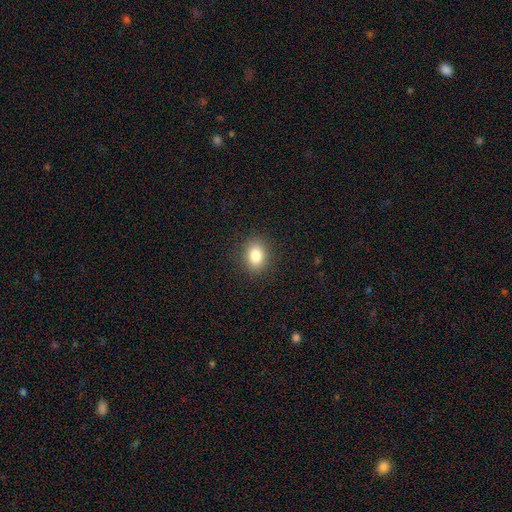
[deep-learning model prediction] The model was most divided on "how rounded": in between: 60%, round: 39%, cigar-shaped: 1%. More confident: merging — none (89%); smooth or featured — smooth (82%).